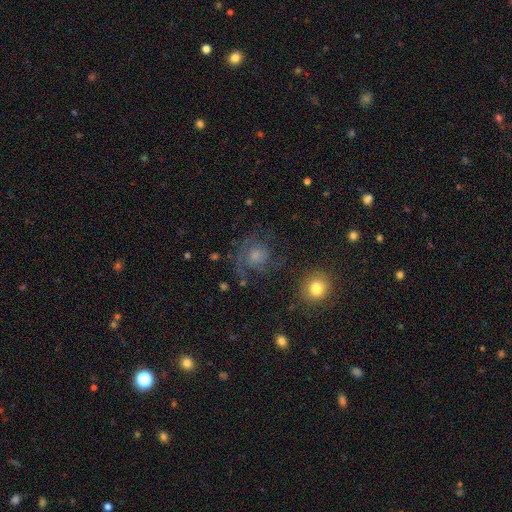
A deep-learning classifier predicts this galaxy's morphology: featured or disk 62%, smooth 25%, star or artifact 13%. Down the decision tree: edge-on disk — no (98%); bar — no (77%); spiral arms — yes (88%); spiral arm count — 2 (34%); spiral winding — medium (43%); bulge size — moderate (40%); merging — none (57%).